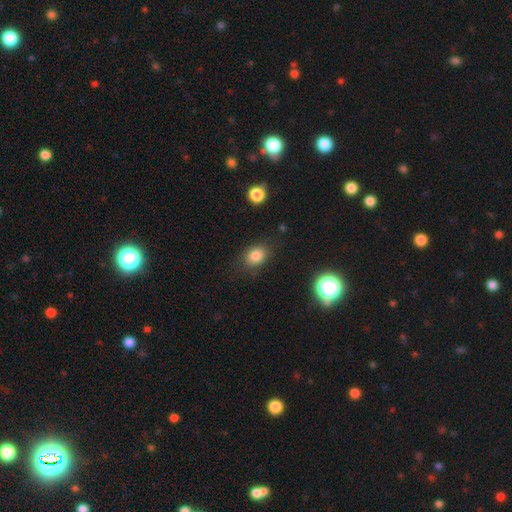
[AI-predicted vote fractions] smooth 82%, star or artifact 11%, featured or disk 7%. Down the decision tree: how rounded — in between (62%); merging — none (80%).